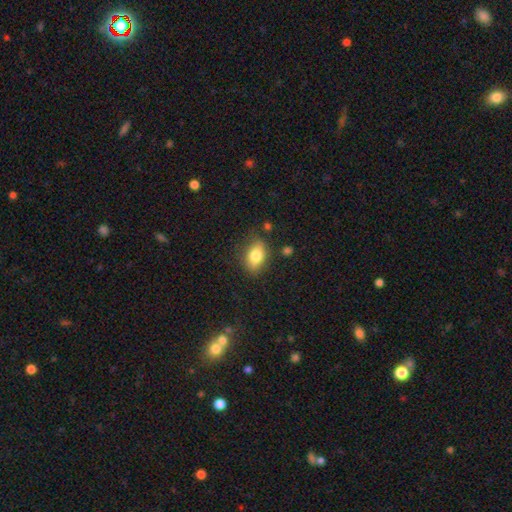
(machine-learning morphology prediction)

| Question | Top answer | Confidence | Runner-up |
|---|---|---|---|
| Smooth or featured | smooth | 80% | featured or disk (12%) |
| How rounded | in between | 85% | round (12%) |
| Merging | none | 78% | minor disturbance (15%) |